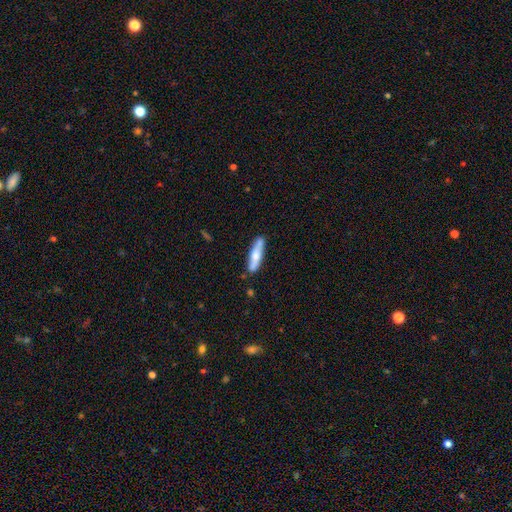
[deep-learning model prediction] This appears to be a smooth galaxy with no disk features (62%) that is cigar-shaped (76%). Merging: none (81%).